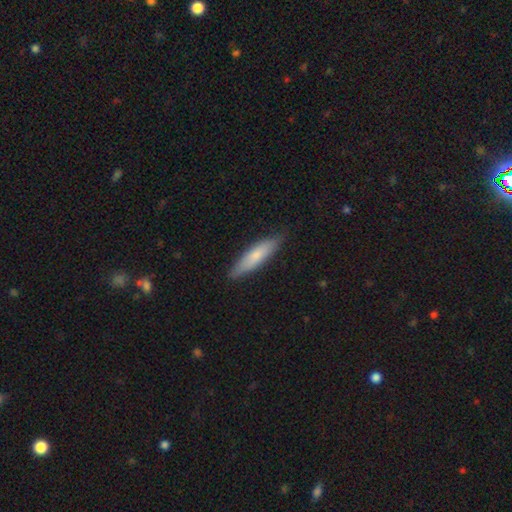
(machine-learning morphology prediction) smooth 73%, featured or disk 22%, star or artifact 5%. Down the decision tree: how rounded — cigar-shaped (74%); merging — none (84%).